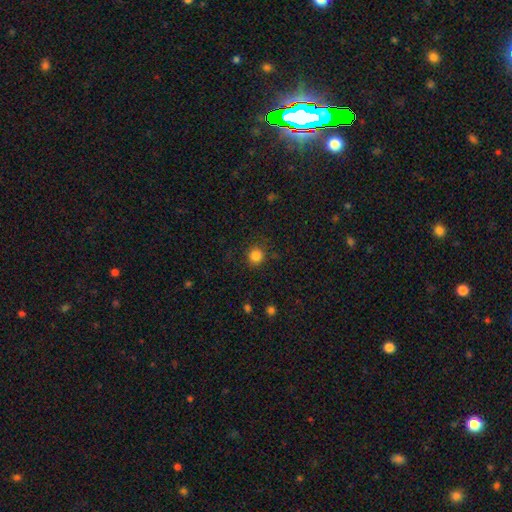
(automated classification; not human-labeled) A smooth galaxy with no disk features (84%) that is round (92%). Merging: none (87%).